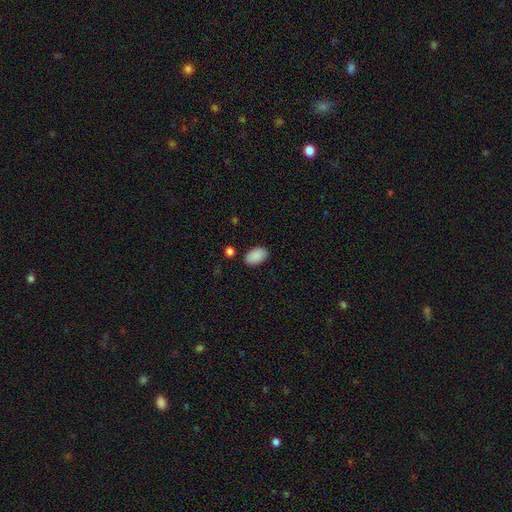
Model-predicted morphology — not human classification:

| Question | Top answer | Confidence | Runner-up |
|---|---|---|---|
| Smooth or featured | smooth | 90% | star or artifact (7%) |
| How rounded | in between | 93% | round (6%) |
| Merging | none | 85% | minor disturbance (10%) |